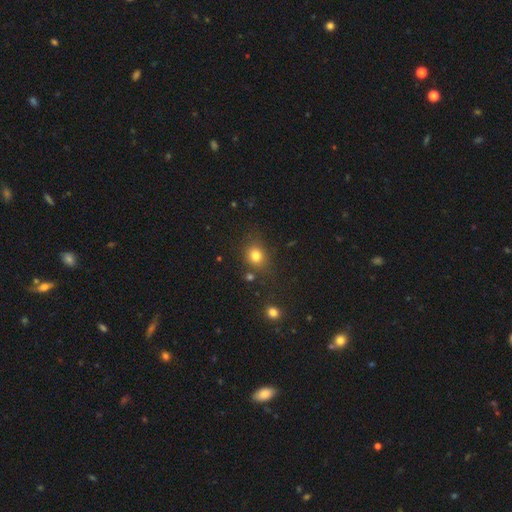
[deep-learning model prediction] This is likely a smooth galaxy (79%). How rounded: likely round (69%). Merging: likely none (75%).